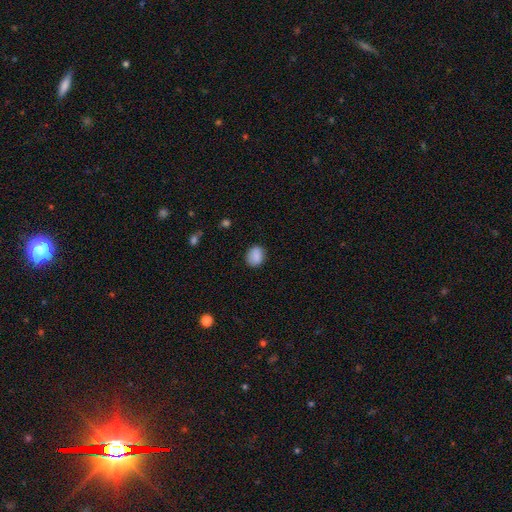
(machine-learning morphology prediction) smooth-or-featured: smooth: 87% | star or artifact: 8% | featured or disk: 5%
  how-rounded: in between: 52% | round: 47% | cigar-shaped: 1%
  merging: none: 83% | minor disturbance: 13% | major disturbance: 3% | merger: 1%